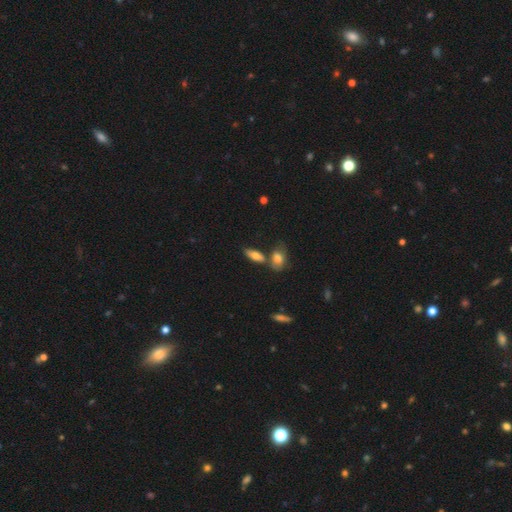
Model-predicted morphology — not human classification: The model was most divided on "merging": none: 59%, merger: 24%, minor disturbance: 13%, major disturbance: 4%. More confident: smooth or featured — smooth (74%); how rounded — in between (73%).